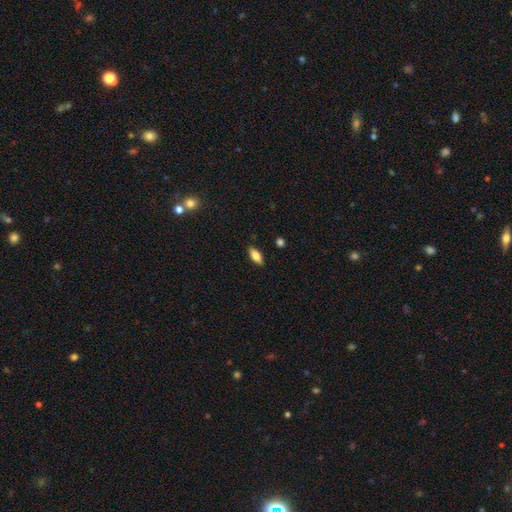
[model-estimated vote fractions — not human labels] smooth-or-featured: smooth: 78% | featured or disk: 15% | star or artifact: 7%
  how-rounded: in between: 84% | cigar-shaped: 14% | round: 3%
  merging: none: 88% | minor disturbance: 9% | major disturbance: 2% | merger: 1%